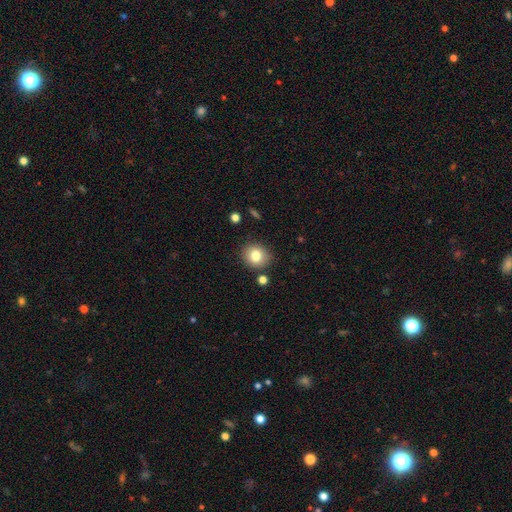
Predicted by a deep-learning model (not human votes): Q: Smooth or featured?
A: smooth (79%); runner-up: featured or disk (11%)
Q: How rounded?
A: round (78%); runner-up: in between (21%)
Q: Merging?
A: none (85%); runner-up: minor disturbance (9%)